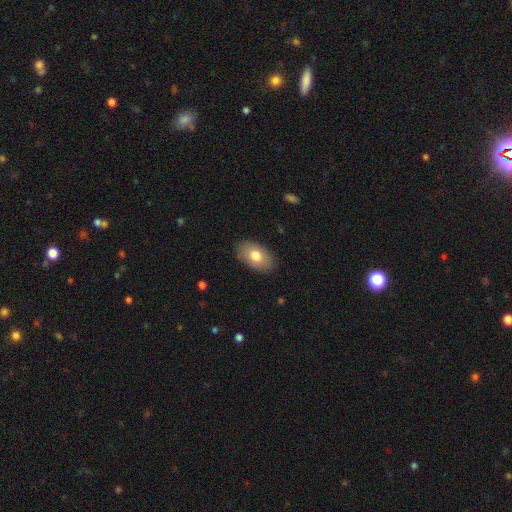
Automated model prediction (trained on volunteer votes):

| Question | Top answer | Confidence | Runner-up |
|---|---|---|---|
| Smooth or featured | smooth | 76% | featured or disk (17%) |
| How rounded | in between | 92% | round (7%) |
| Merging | none | 86% | minor disturbance (10%) |